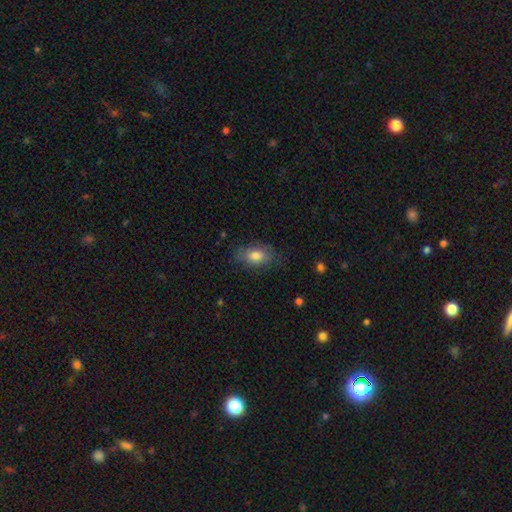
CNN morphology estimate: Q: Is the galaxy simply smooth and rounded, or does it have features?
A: smooth — 79%.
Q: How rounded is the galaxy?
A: in between — 89%.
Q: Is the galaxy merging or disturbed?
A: none — 74%.